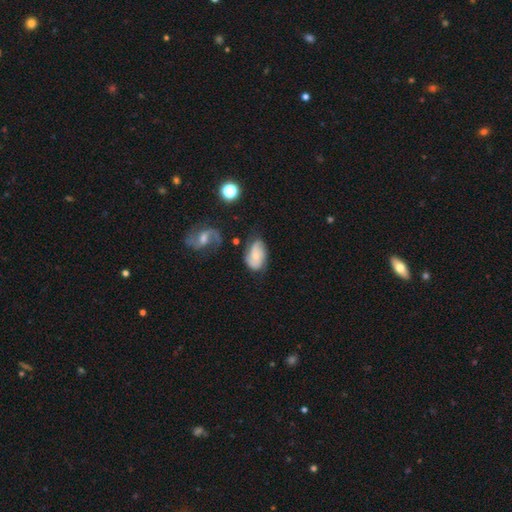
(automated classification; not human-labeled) A featured or disk galaxy (57%) with no bar (70%), spiral arms (88%) and a small central bulge (61%). Merging: none (56%).